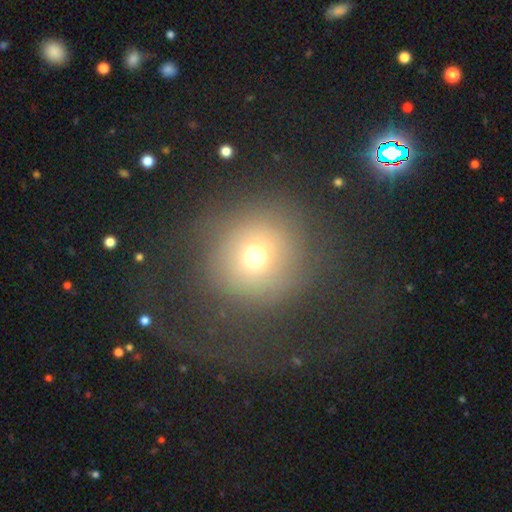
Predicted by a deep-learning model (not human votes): The model was most divided on "merging": none: 49%, major disturbance: 37%, minor disturbance: 11%, merger: 2%. More confident: how rounded — round (91%); smooth or featured — smooth (65%).